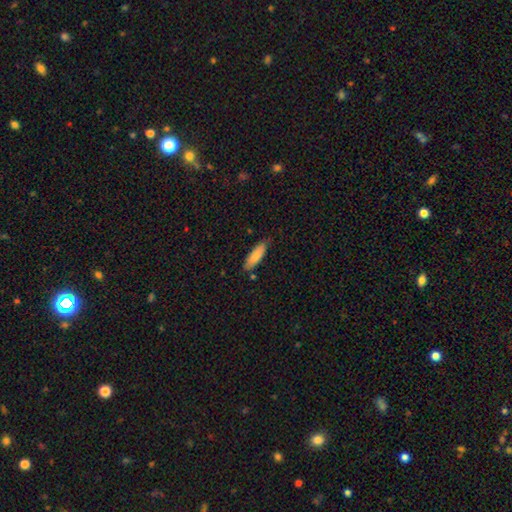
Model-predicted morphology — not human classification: type=smooth (84%); roundness=cigar-shaped (50%); merging=none (80%).